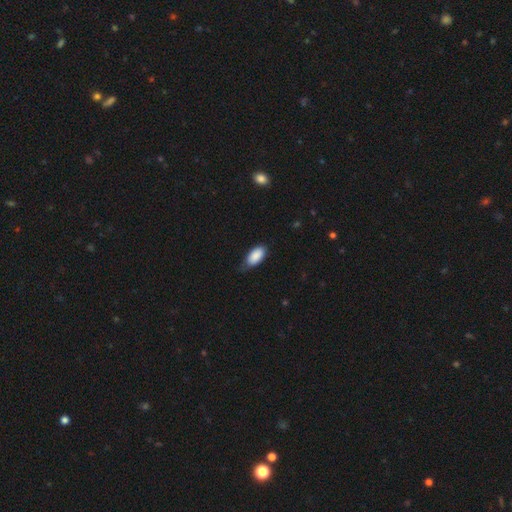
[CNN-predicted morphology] Smooth or featured?
  - smooth: 88% *
  - star or artifact: 6%
  - featured or disk: 5%
How rounded?
  - in between: 93% *
  - cigar-shaped: 5%
  - round: 2%
Merging?
  - none: 60% *
  - minor disturbance: 32%
  - major disturbance: 6%
  - merger: 1%